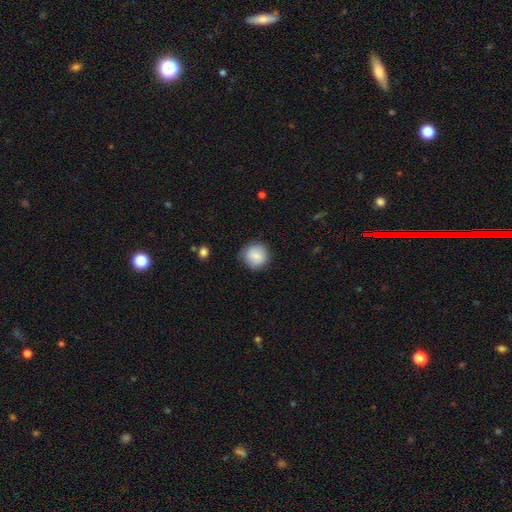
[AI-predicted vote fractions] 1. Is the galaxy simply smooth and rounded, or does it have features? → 83% smooth, 9% featured or disk, 7% star or artifact.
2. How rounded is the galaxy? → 91% round, 8% in between, 1% cigar-shaped.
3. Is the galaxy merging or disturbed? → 78% none, 17% minor disturbance, 4% major disturbance, 1% merger.